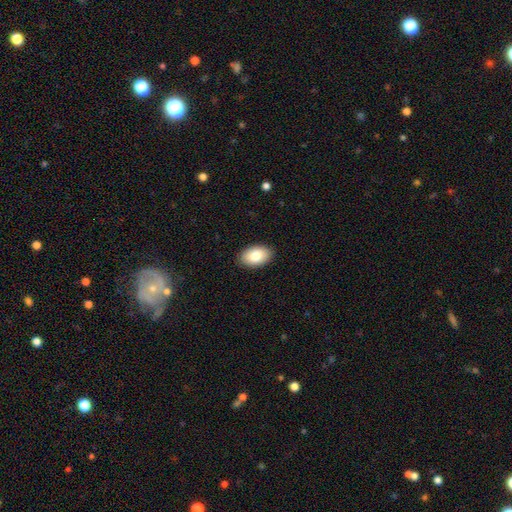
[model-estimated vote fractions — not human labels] Smooth or featured? smooth (83%)
How rounded? in between (93%)
Merging? none (90%)